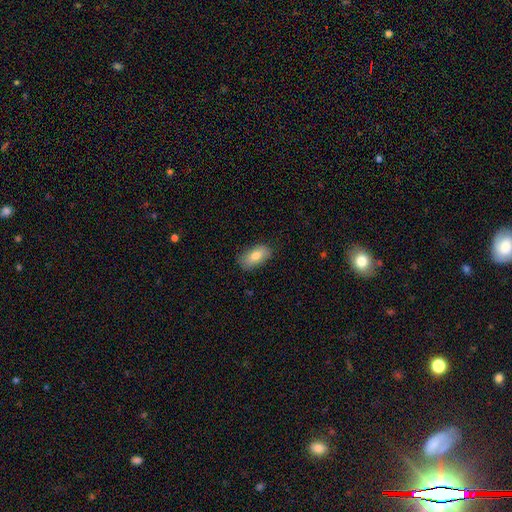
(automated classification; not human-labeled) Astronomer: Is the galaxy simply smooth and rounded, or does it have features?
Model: smooth — 78%.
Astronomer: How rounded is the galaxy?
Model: in between — 91%.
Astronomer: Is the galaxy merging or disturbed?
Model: none — 82%.